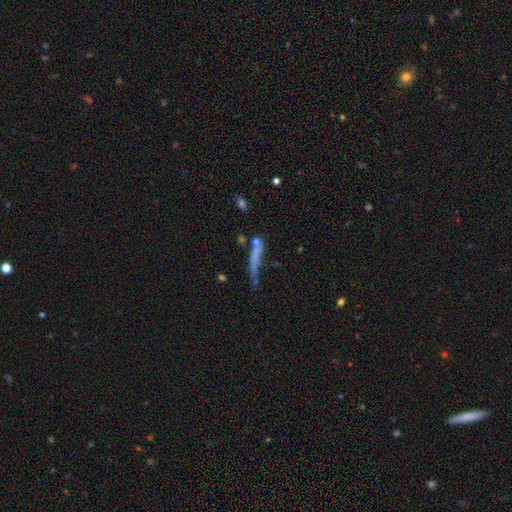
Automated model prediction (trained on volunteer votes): smooth_or_featured: smooth (p=0.61) [alt: featured or disk p=0.28]
how_rounded: cigar-shaped (p=0.85) [alt: in between p=0.12]
merging: none (p=0.38) [alt: minor disturbance p=0.24]